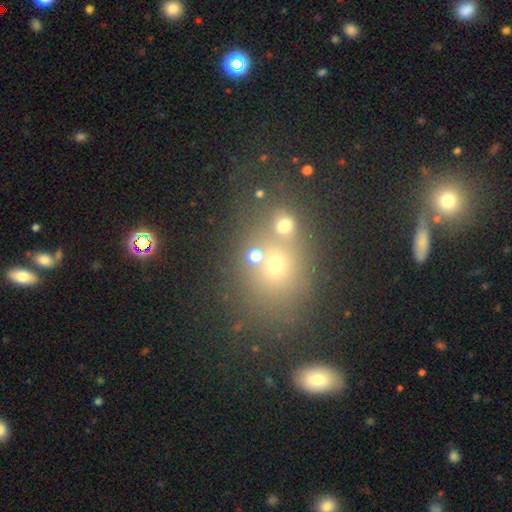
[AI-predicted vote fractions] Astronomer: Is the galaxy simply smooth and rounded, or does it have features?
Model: smooth — 66%.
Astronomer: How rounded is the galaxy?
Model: round — 74%.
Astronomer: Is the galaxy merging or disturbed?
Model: none — 52% (runner-up: merger, 35%).